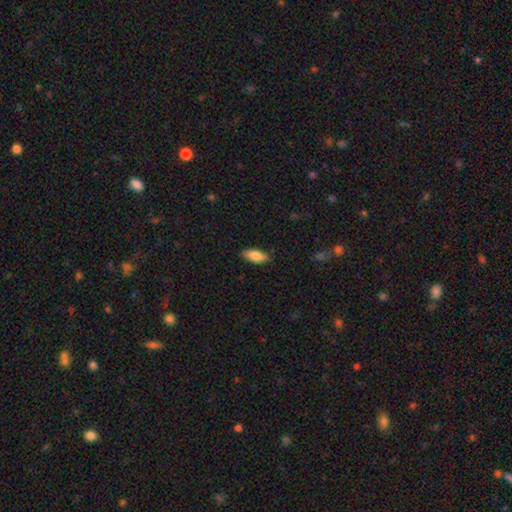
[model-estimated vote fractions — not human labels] smooth_or_featured: smooth (p=0.84) [alt: featured or disk p=0.10]
how_rounded: in between (p=0.82) [alt: cigar-shaped p=0.16]
merging: none (p=0.85) [alt: minor disturbance p=0.12]